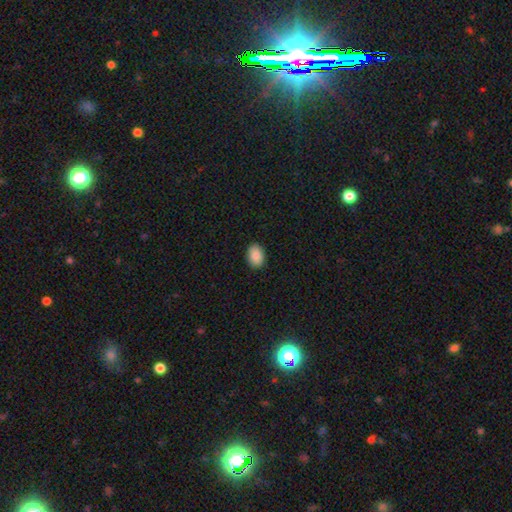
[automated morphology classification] smooth-or-featured: smooth: 89% | star or artifact: 7% | featured or disk: 4%
  how-rounded: in between: 81% | round: 18% | cigar-shaped: 1%
  merging: none: 90% | minor disturbance: 7% | major disturbance: 2% | merger: 1%